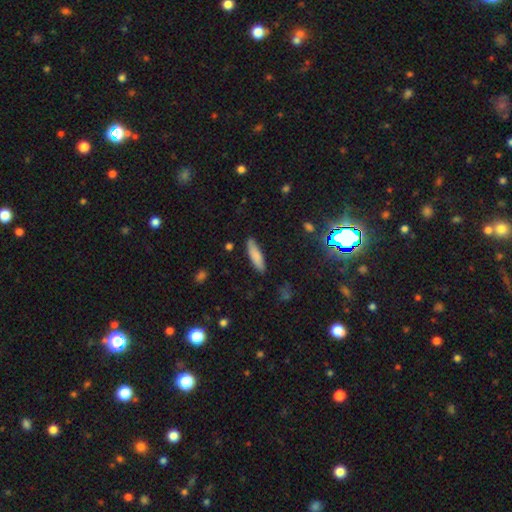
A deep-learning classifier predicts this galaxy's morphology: Smooth or featured? smooth (82%)
How rounded? cigar-shaped (65%)
Merging? none (85%)